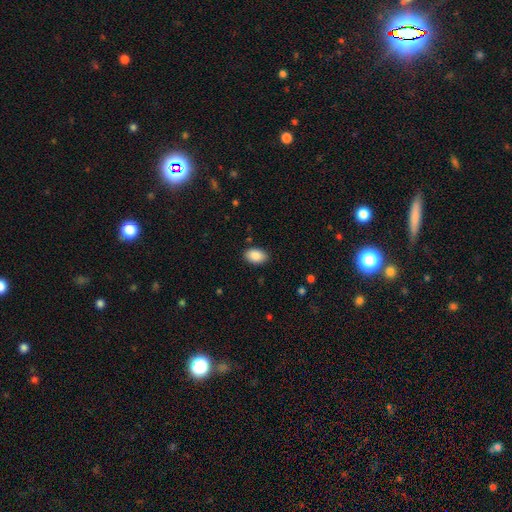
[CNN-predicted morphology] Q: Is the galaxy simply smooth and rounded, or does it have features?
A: smooth — 88%.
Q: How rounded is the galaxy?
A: in between — 89%.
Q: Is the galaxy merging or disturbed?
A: none — 88%.